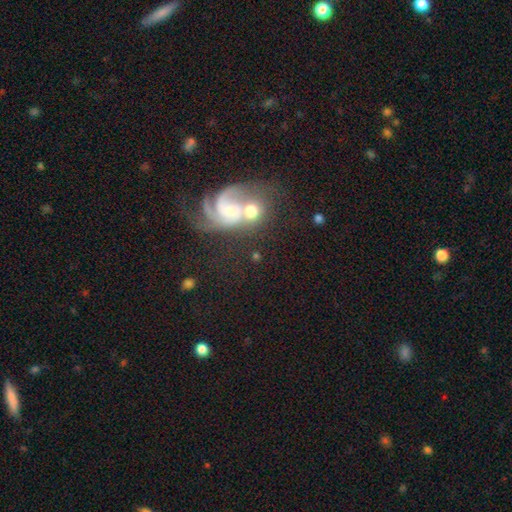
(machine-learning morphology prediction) This appears to be a featured or disk galaxy (58%) with no bar (59%), 2 (33%) medium (46%) spiral arms (90%) and a small central bulge (47%). Merging: merger (38%, tied with none).